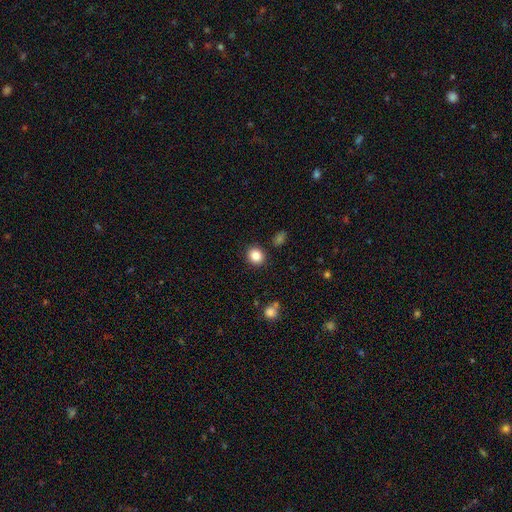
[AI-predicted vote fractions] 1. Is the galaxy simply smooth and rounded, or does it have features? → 86% smooth, 10% star or artifact, 5% featured or disk.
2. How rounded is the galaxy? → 83% round, 16% in between, 1% cigar-shaped.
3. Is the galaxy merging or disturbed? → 88% none, 7% minor disturbance, 3% merger, 2% major disturbance.